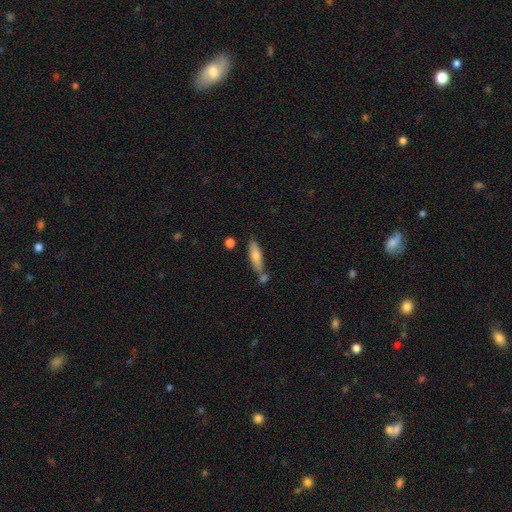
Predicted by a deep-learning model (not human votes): This is likely a smooth galaxy (73%). How rounded: likely cigar-shaped (62%). Merging: likely none (65%).